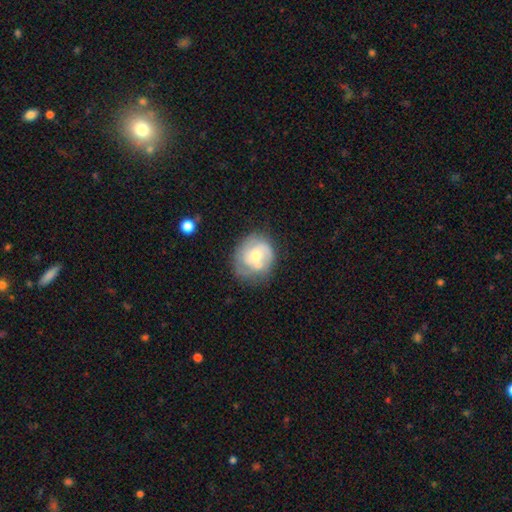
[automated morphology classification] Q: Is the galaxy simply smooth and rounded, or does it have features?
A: featured or disk — 61%.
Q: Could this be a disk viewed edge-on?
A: no — 98%.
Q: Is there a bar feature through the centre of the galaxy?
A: no — 72%.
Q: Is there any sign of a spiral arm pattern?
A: yes — 74%.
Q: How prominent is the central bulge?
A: moderate — 58%.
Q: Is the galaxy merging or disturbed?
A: none — 50%.